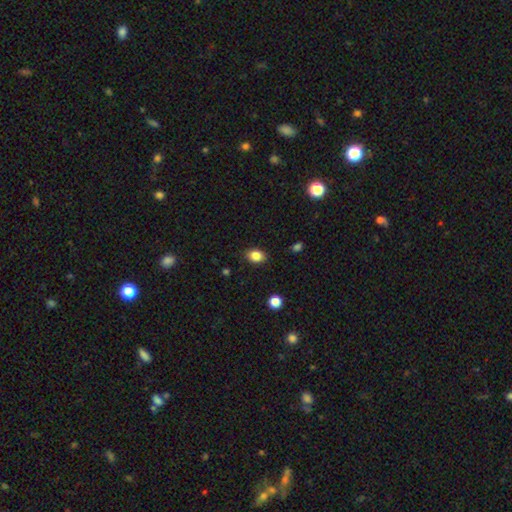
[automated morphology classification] Smooth or featured? Predicted: smooth (p=0.85). How rounded? Predicted: in between (p=0.71). Merging? Predicted: none (p=0.86).